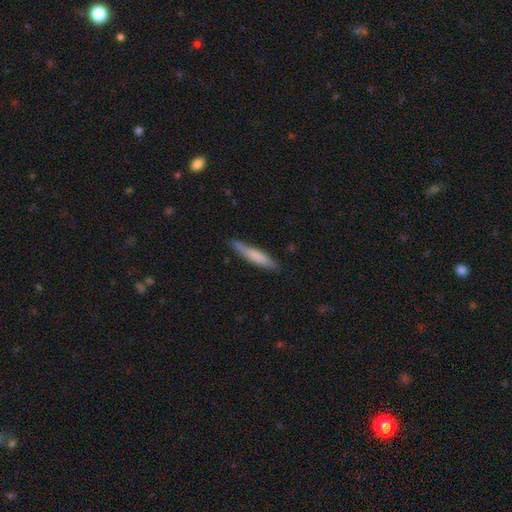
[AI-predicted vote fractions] A smooth galaxy with no disk features (68%) that is cigar-shaped (91%). Merging: none (81%).